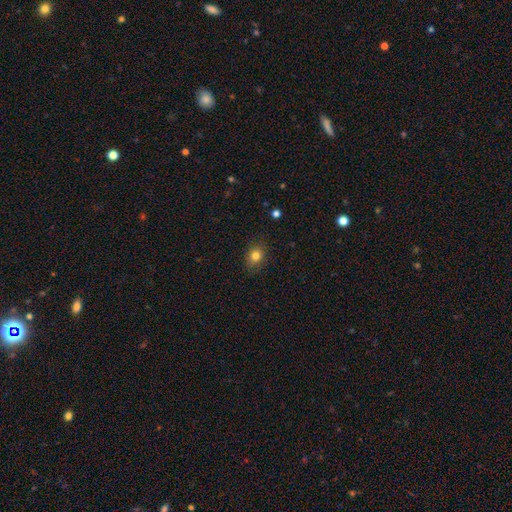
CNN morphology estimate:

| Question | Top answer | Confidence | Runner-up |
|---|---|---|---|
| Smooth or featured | smooth | 80% | star or artifact (12%) |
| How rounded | round | 51% | in between (48%) |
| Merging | none | 86% | minor disturbance (10%) |